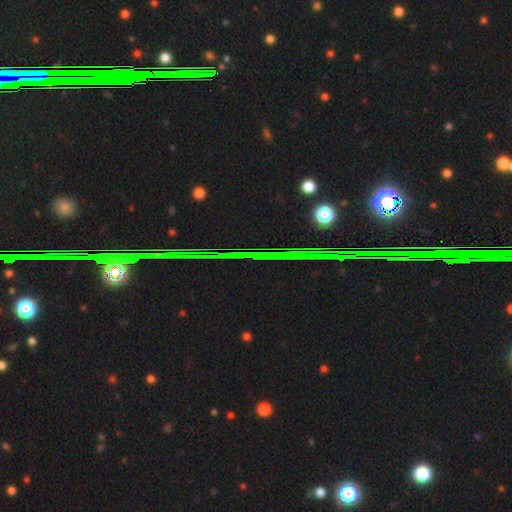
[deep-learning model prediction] Smooth or featured?
  - star or artifact: 82% *
  - featured or disk: 9%
  - smooth: 8%